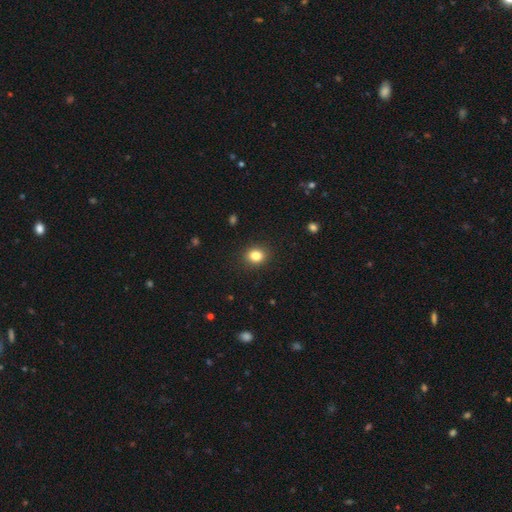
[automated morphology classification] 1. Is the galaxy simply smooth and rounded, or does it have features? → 83% smooth, 11% star or artifact, 6% featured or disk.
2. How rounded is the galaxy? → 62% round, 37% in between, 1% cigar-shaped.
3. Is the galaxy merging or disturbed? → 90% none, 7% minor disturbance, 2% major disturbance, 1% merger.